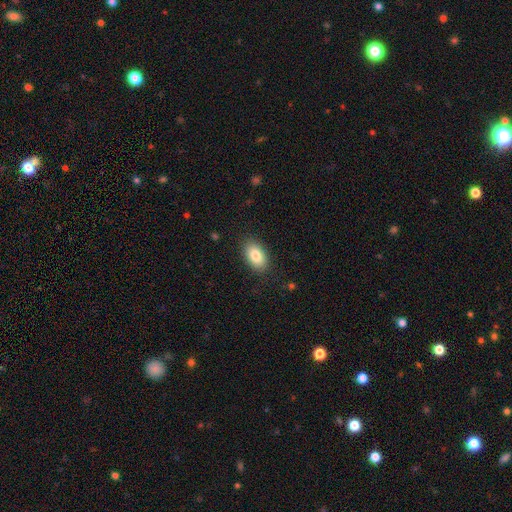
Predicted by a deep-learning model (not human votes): smooth_or_featured: smooth (p=0.83) [alt: featured or disk p=0.09]
how_rounded: in between (p=0.91) [alt: round p=0.07]
merging: none (p=0.87) [alt: minor disturbance p=0.10]